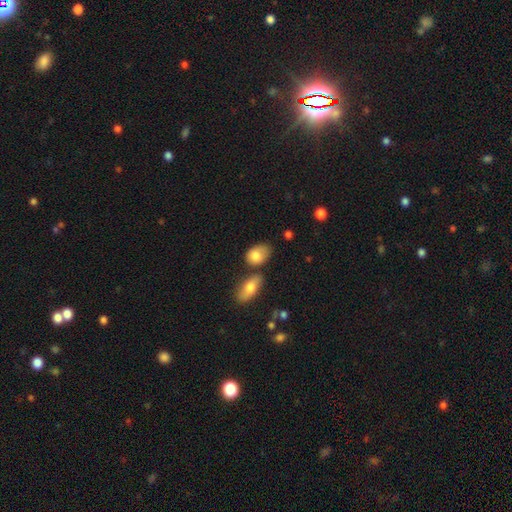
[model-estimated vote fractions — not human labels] This is clearly a smooth galaxy (81%). How rounded: clearly in between (82%). Merging: possibly none (53%).